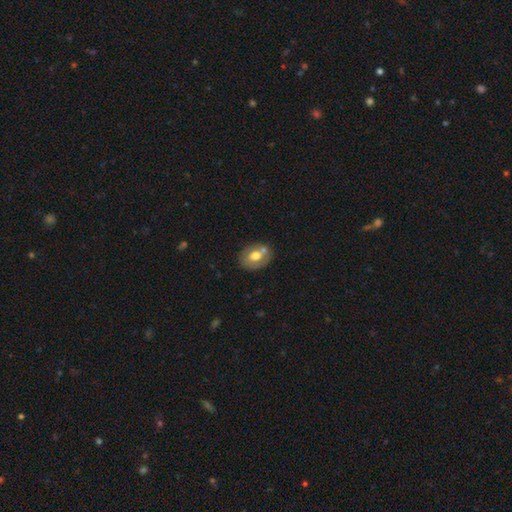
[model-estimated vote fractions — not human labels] smooth_or_featured: smooth (p=0.55) [alt: featured or disk p=0.37]
how_rounded: in between (p=0.60) [alt: round p=0.39]
merging: none (p=0.61) [alt: merger p=0.17]